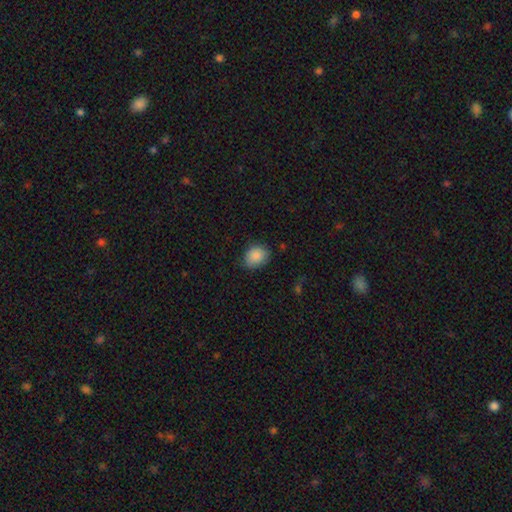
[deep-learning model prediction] Q: Smooth or featured?
A: smooth (88%); runner-up: star or artifact (8%)
Q: How rounded?
A: round (51%); runner-up: in between (49%)
Q: Merging?
A: none (77%); runner-up: minor disturbance (19%)